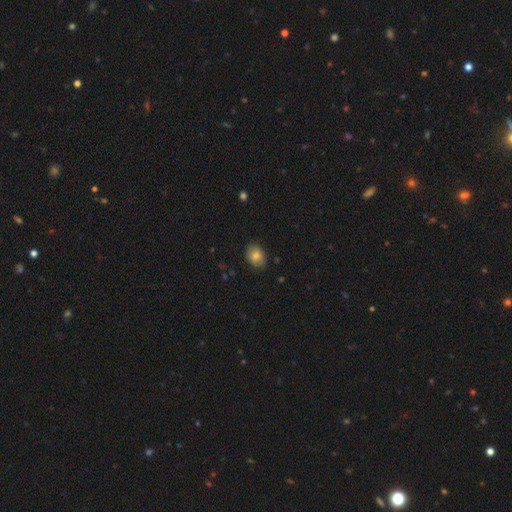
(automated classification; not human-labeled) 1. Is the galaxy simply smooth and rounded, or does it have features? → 78% smooth, 13% featured or disk, 9% star or artifact.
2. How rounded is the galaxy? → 65% in between, 34% round, 1% cigar-shaped.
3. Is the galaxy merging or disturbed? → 84% none, 12% minor disturbance, 2% major disturbance, 1% merger.